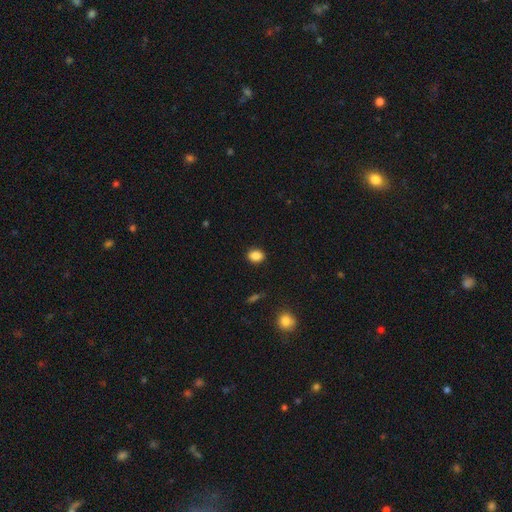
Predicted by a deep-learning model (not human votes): A smooth galaxy with no disk features (86%) that is in between round and cigar-shaped (52%). Merging: none (88%).